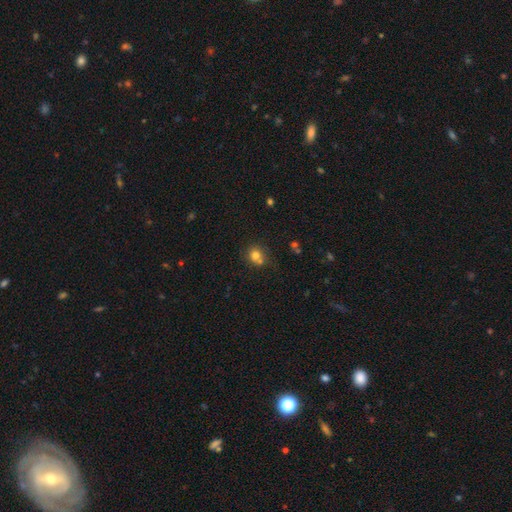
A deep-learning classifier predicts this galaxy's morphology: smooth 76%, star or artifact 13%, featured or disk 11%. Down the decision tree: how rounded — round (81%); merging — none (56%).